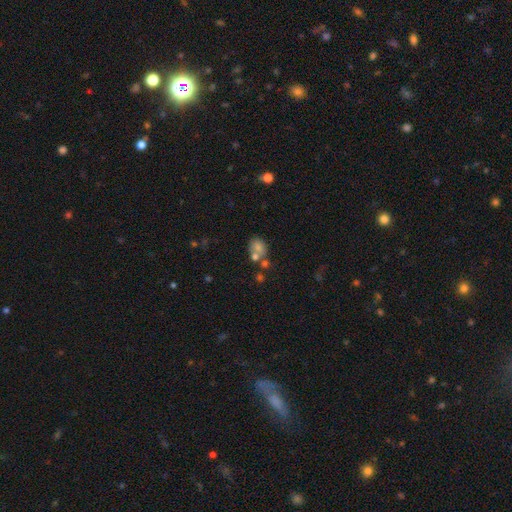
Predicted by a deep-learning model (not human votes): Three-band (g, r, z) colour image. It shows a smooth galaxy with no disk features (70%) that is round (51%). Merging: none (43%).